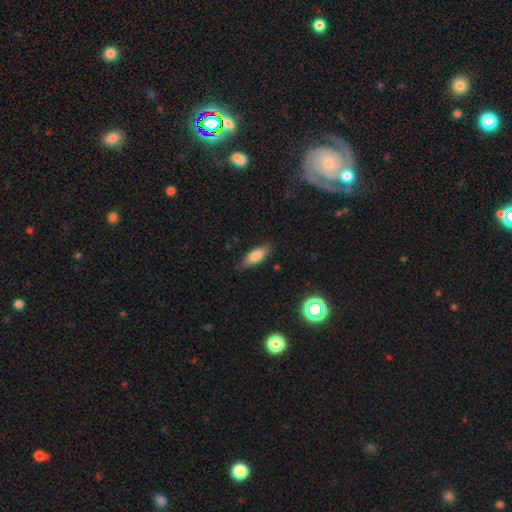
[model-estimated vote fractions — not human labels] Smooth or featured? smooth (79%)
How rounded? in between (74%)
Merging? none (80%)